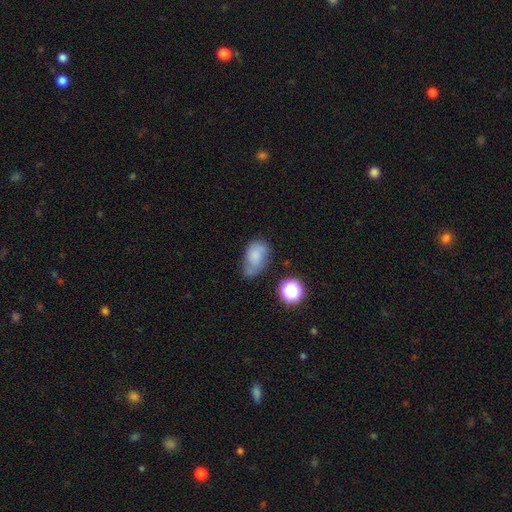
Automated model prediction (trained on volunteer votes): Smooth or featured?
  - smooth: 71% *
  - featured or disk: 17%
  - star or artifact: 12%
How rounded?
  - in between: 86% *
  - round: 12%
  - cigar-shaped: 2%
Merging?
  - none: 44% *
  - minor disturbance: 37%
  - major disturbance: 14%
  - merger: 6%